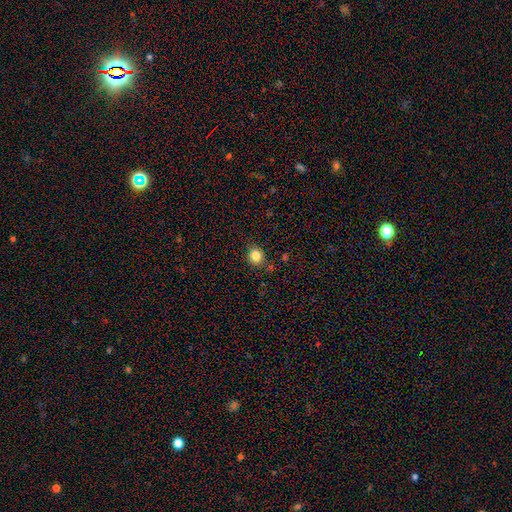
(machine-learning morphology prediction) Smooth or featured?
  - smooth: 83% *
  - star or artifact: 12%
  - featured or disk: 6%
How rounded?
  - round: 81% *
  - in between: 19%
  - cigar-shaped: 1%
Merging?
  - none: 80% *
  - minor disturbance: 13%
  - major disturbance: 3%
  - merger: 3%